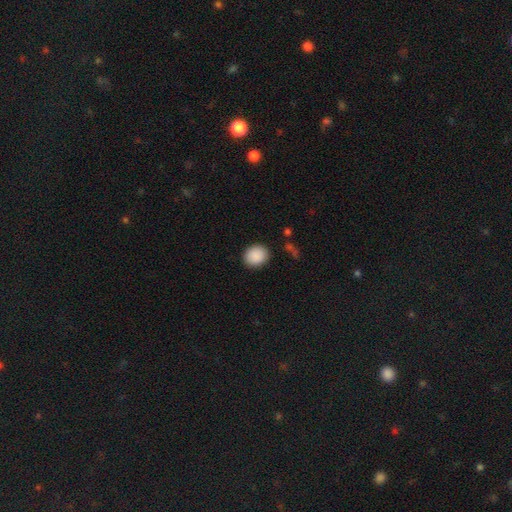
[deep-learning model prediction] Smooth or featured?
  - smooth: 90% *
  - star or artifact: 7%
  - featured or disk: 3%
How rounded?
  - round: 64% *
  - in between: 35%
  - cigar-shaped: 1%
Merging?
  - none: 88% *
  - minor disturbance: 8%
  - major disturbance: 3%
  - merger: 1%